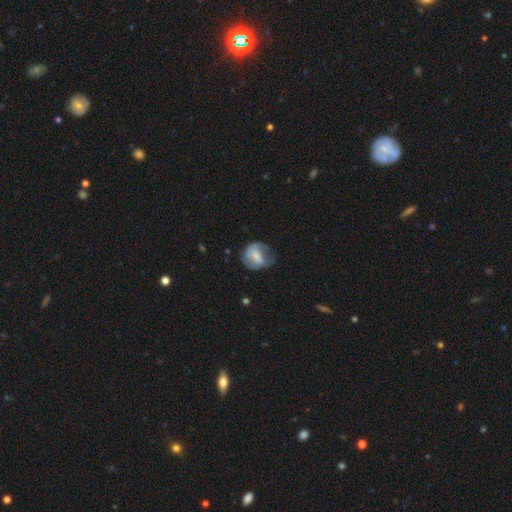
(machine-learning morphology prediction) Overall: featured or disk (52%; smooth 41%). Edge-on disk: no (96%). Merging: none (51%; minor disturbance 28%).